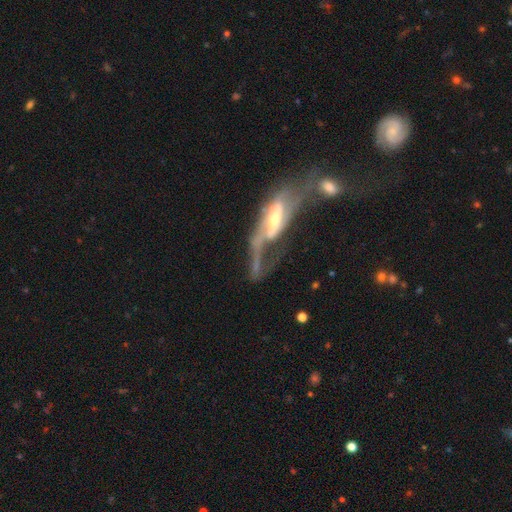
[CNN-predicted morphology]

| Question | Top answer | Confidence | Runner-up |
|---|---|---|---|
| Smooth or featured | featured or disk | 69% | smooth (21%) |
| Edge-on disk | no | 69% | yes (31%) |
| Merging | merger | 39% | major disturbance (34%) |